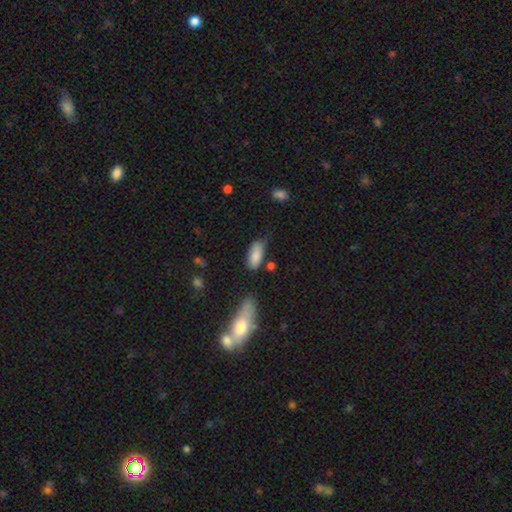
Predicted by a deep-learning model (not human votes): Smooth or featured? smooth (85%)
How rounded? in between (83%)
Merging? none (54%)